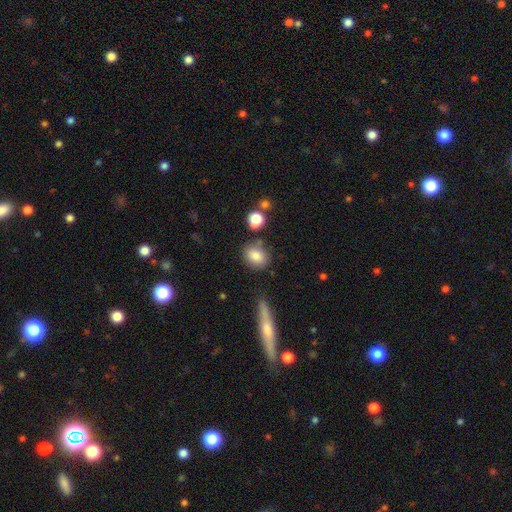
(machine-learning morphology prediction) smooth 83%, star or artifact 9%, featured or disk 8%. Down the decision tree: how rounded — in between (52%); merging — none (74%).